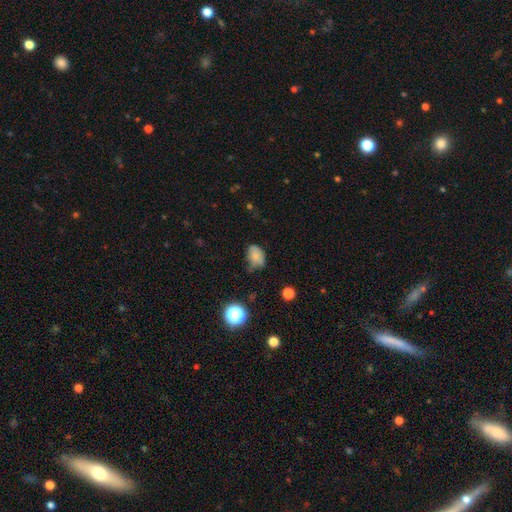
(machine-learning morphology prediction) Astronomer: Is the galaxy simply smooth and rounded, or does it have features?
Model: smooth — 76%.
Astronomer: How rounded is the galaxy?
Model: in between — 73%.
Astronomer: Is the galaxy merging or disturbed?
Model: none — 44% (runner-up: minor disturbance, 40%).